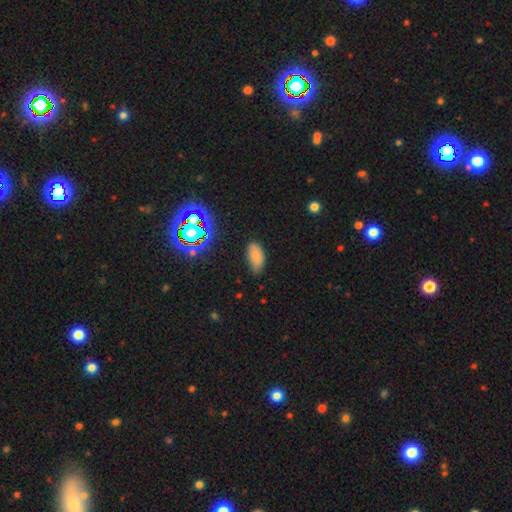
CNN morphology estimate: Smooth or featured? Predicted: smooth (p=0.76). How rounded? Predicted: in between (p=0.92). Merging? Predicted: none (p=0.73).